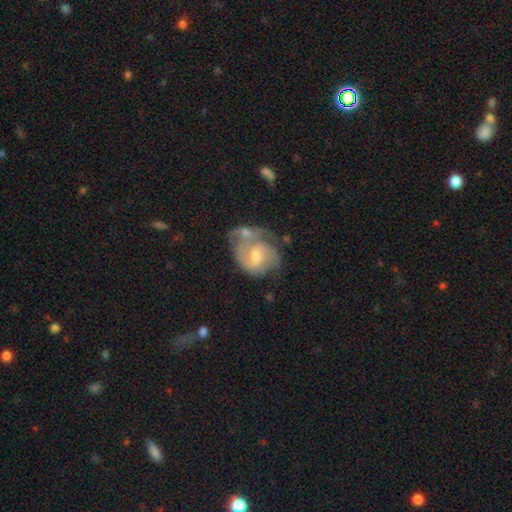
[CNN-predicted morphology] This is likely a featured or disk galaxy (74%). It is clearly not viewed edge-on (97%). Bar: possibly weak (51%). Spiral arm pattern: clearly yes (89%). Spiral arm count: likely 2 (61%). Spiral winding: possibly medium (46%). Central bulge: possibly moderate (55%). Merging: marginally merger (38%).